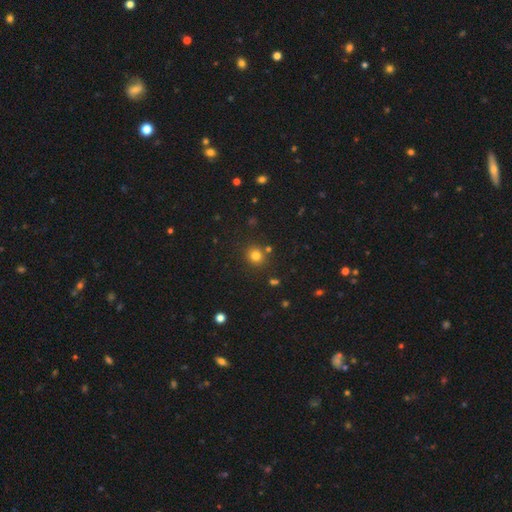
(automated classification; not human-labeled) The model was most divided on "smooth or featured": smooth: 79%, star or artifact: 15%, featured or disk: 6%. More confident: how rounded — round (86%); merging — none (83%).